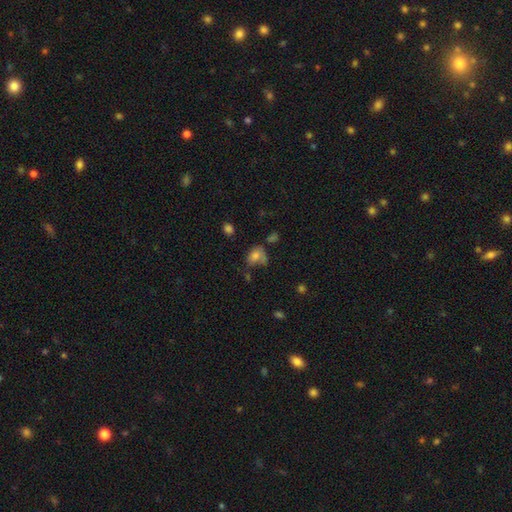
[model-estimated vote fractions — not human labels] A smooth galaxy with no disk features (71%) that is in between round and cigar-shaped (63%). Merging: none (39%).